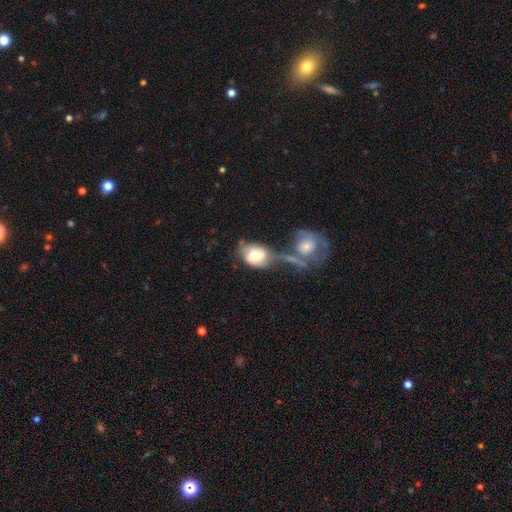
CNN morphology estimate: smooth_or_featured: smooth (p=0.55) [alt: featured or disk p=0.37]
how_rounded: in between (p=0.66) [alt: round p=0.33]
merging: merger (p=0.52) [alt: major disturbance p=0.18]